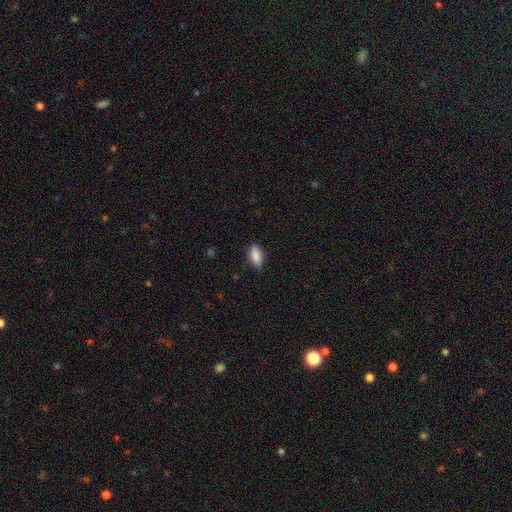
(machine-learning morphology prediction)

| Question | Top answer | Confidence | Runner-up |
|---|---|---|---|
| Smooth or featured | smooth | 85% | featured or disk (8%) |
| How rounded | in between | 82% | cigar-shaped (15%) |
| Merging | none | 80% | minor disturbance (16%) |